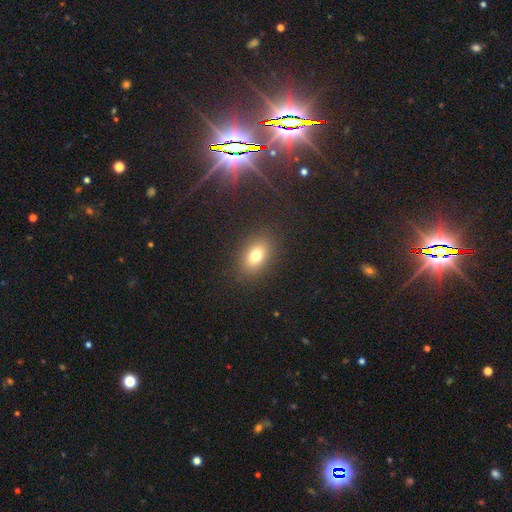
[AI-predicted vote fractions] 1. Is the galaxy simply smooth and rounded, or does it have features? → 76% smooth, 12% star or artifact, 12% featured or disk.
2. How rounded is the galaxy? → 81% in between, 17% round, 2% cigar-shaped.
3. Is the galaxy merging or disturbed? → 86% none, 9% minor disturbance, 4% major disturbance, 1% merger.